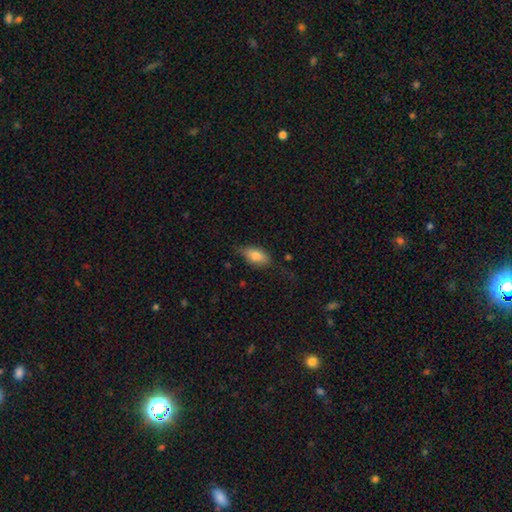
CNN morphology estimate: type=smooth (76%); roundness=in between (88%); merging=none (62%).